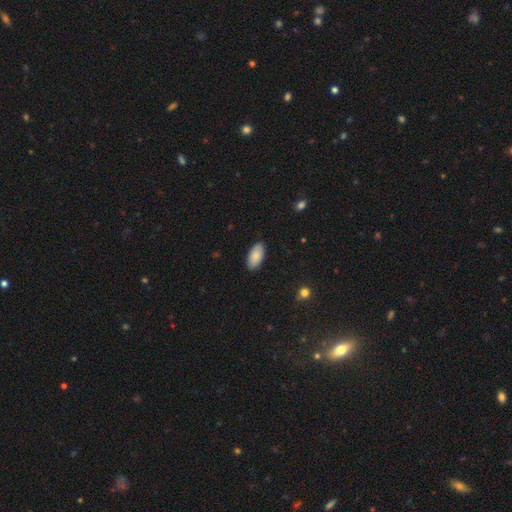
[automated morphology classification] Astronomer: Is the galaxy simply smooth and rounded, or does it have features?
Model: smooth — 86%.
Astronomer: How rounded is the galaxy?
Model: in between — 95%.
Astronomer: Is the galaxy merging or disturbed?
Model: none — 88%.